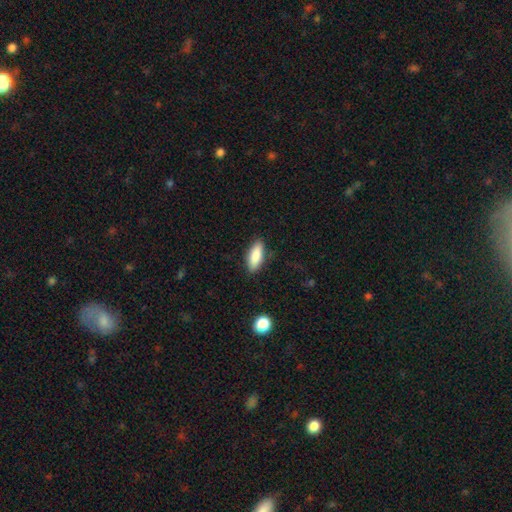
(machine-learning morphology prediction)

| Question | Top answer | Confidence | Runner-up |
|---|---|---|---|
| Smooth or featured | smooth | 86% | featured or disk (8%) |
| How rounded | in between | 74% | cigar-shaped (24%) |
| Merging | none | 86% | minor disturbance (11%) |